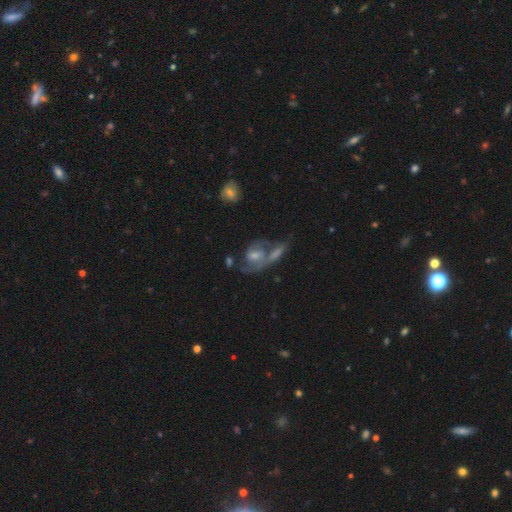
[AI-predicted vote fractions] smooth-or-featured: featured or disk: 71% | smooth: 18% | star or artifact: 11%
  disk-edge-on: no: 95% | yes: 5%
    bar: no: 59% | weak: 33% | strong: 8%
    has-spiral-arms: yes: 78% | no: 22%
      spiral-winding: medium: 45% | tight: 34% | loose: 21%
      spiral-arm-count: 2: 58% | can't tell: 21% | 1: 13% | 3: 4% | 4: 2% | more than 4: 2%
    bulge-size: moderate: 45% | small: 39% | none: 8% | large: 6% | dominant: 2%
  merging: merger: 42% | none: 30% | major disturbance: 14% | minor disturbance: 13%